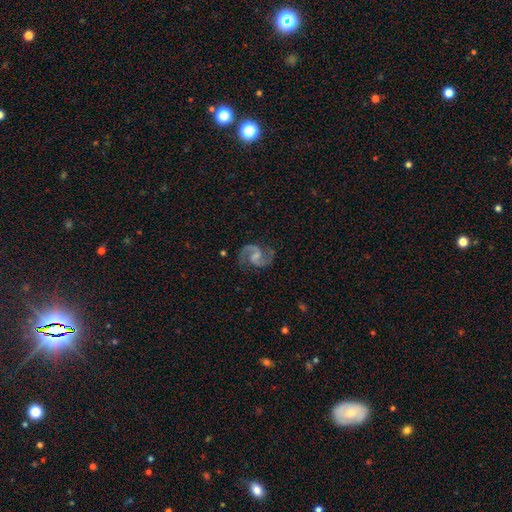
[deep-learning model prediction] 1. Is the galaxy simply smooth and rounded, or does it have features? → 91% featured or disk, 4% star or artifact, 4% smooth.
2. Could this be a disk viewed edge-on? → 98% no, 2% yes.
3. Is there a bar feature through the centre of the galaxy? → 53% weak, 34% no, 13% strong.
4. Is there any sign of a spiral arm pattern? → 98% yes, 2% no.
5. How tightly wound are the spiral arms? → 60% medium, 29% loose, 12% tight.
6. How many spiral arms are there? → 94% 2, 2% can't tell, 1% 1, 1% 3, 1% 4, 1% more than 4.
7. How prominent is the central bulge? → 44% small, 29% none, 24% moderate, 2% large, 1% dominant.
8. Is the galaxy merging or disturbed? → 79% none, 14% minor disturbance, 6% major disturbance, 2% merger.